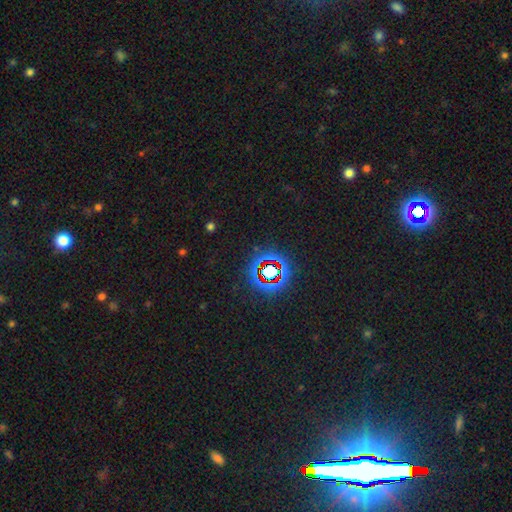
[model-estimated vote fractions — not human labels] smooth_or_featured: star or artifact (p=0.65) [alt: featured or disk p=0.20]